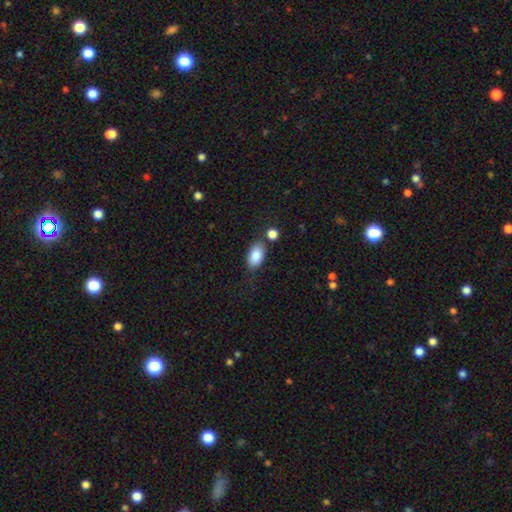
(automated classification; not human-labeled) Morphology: type=smooth (88%); roundness=in between (92%); merging=none (71%).